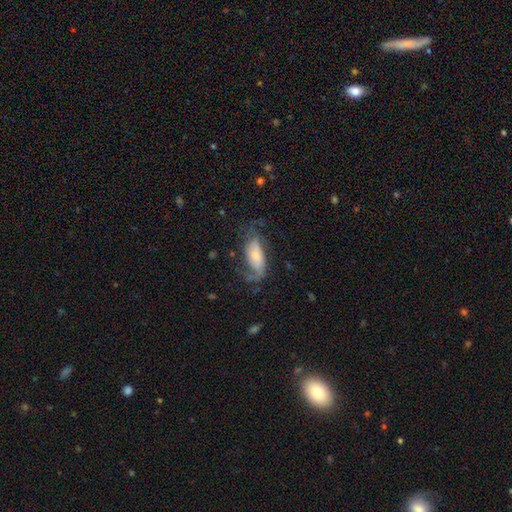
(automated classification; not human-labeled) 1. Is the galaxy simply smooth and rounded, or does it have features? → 57% featured or disk, 35% smooth, 7% star or artifact.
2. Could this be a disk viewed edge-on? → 91% no, 9% yes.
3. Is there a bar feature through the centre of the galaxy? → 60% no, 28% weak, 12% strong.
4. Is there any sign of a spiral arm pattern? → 87% yes, 13% no.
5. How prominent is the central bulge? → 48% small, 28% moderate, 11% large, 10% none, 4% dominant.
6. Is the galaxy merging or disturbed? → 46% none, 28% major disturbance, 24% minor disturbance, 2% merger.